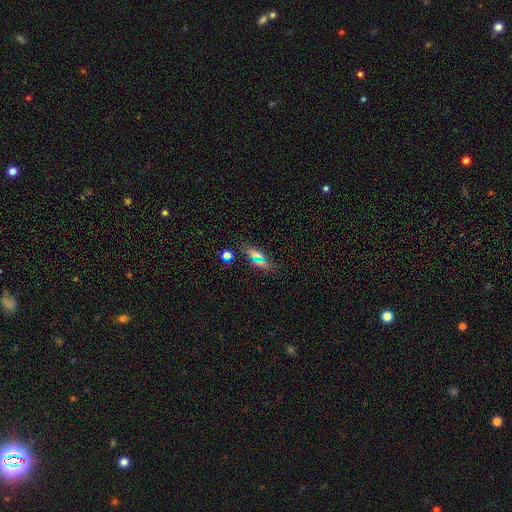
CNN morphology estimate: smooth_or_featured: smooth (p=0.58) [alt: star or artifact p=0.24]
how_rounded: in between (p=0.50) [alt: cigar-shaped p=0.40]
merging: none (p=0.83) [alt: minor disturbance p=0.10]